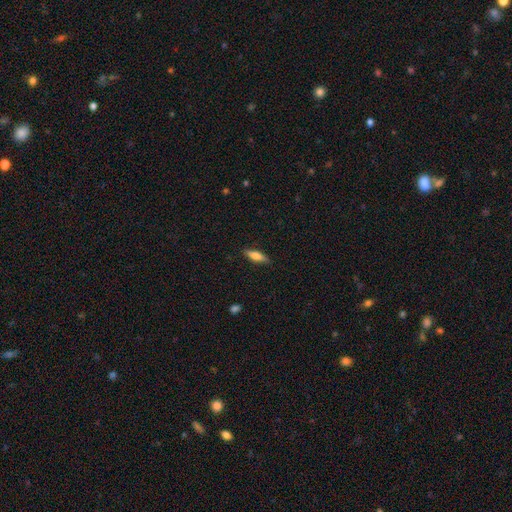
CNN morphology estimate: smooth_or_featured: smooth (p=0.74) [alt: featured or disk p=0.20]
how_rounded: cigar-shaped (p=0.50) [alt: in between p=0.48]
merging: none (p=0.86) [alt: minor disturbance p=0.11]